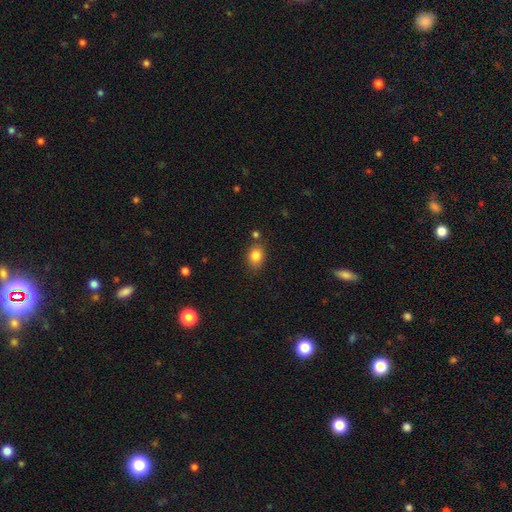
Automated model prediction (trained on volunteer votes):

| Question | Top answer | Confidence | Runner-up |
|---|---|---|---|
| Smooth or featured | smooth | 84% | star or artifact (10%) |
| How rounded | in between | 62% | round (37%) |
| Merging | none | 76% | minor disturbance (14%) |